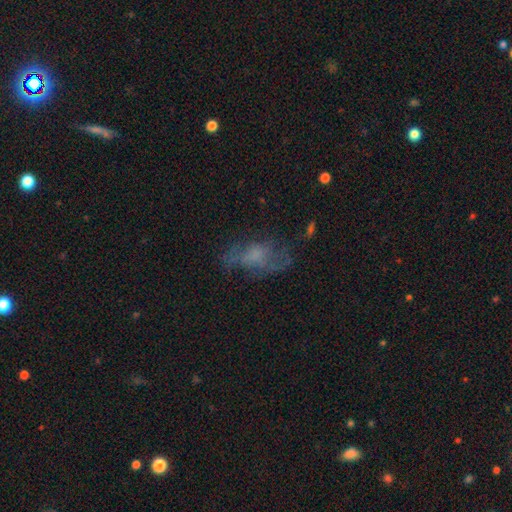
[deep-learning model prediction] This appears to be a featured or disk galaxy (44%). Merging: none (45%).